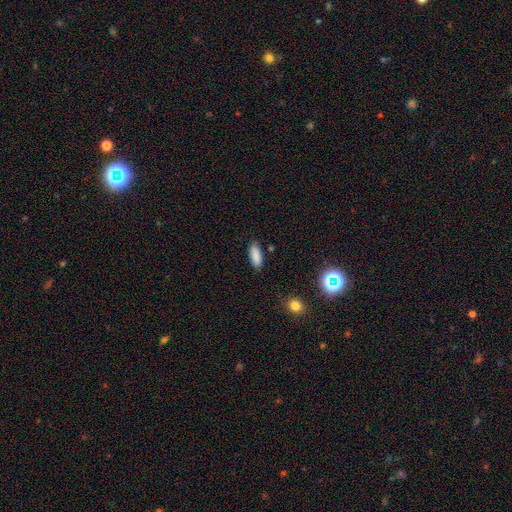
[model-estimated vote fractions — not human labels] Smooth or featured? smooth (87%)
How rounded? in between (72%)
Merging? none (86%)